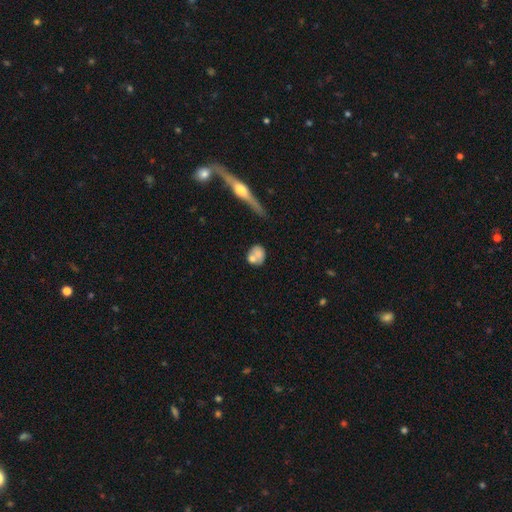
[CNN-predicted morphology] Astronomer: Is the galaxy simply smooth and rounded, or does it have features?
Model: smooth — 66%.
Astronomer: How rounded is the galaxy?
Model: round — 66%.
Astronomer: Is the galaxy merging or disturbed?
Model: none — 43% (runner-up: merger, 35%).